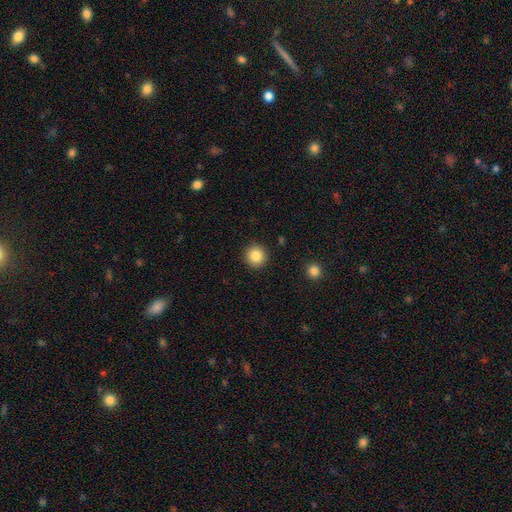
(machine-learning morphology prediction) smooth_or_featured: smooth (p=0.84) [alt: star or artifact p=0.10]
how_rounded: round (p=0.94) [alt: in between p=0.05]
merging: none (p=0.91) [alt: minor disturbance p=0.06]